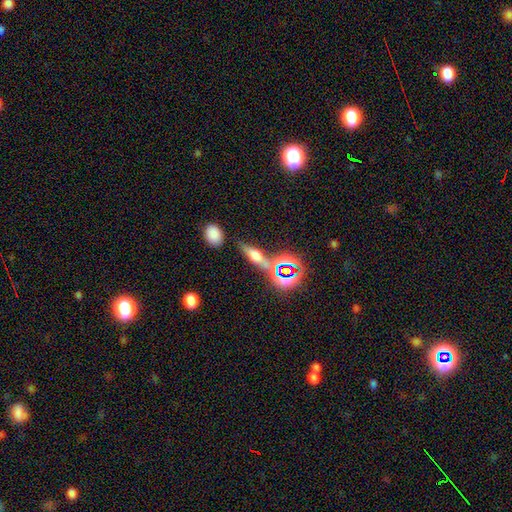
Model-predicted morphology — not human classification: A smooth galaxy with no disk features (39%). Merging: none (67%).